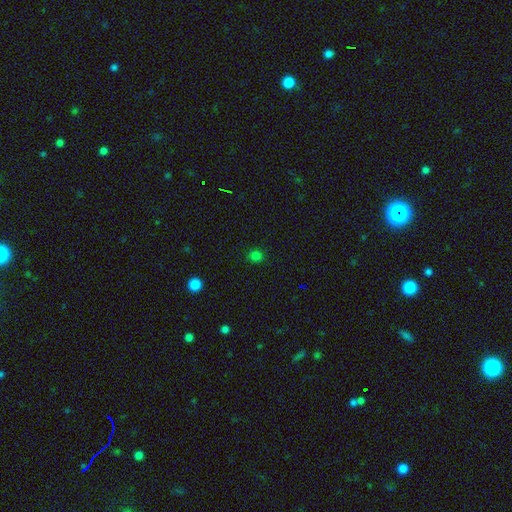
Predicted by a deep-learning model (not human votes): smooth_or_featured: smooth (p=0.77) [alt: star or artifact p=0.20]
how_rounded: round (p=0.89) [alt: in between p=0.10]
merging: none (p=0.89) [alt: minor disturbance p=0.07]